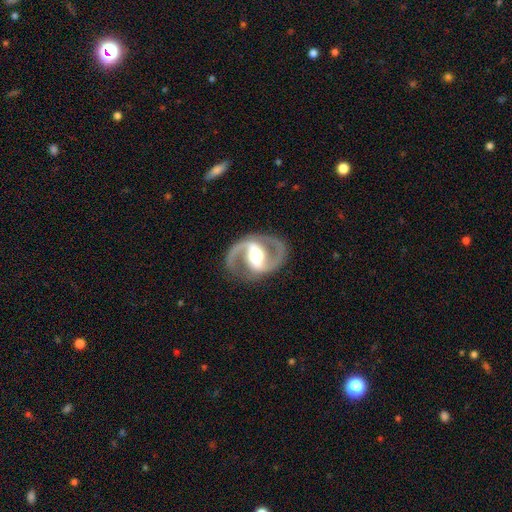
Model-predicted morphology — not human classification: This is clearly a featured or disk galaxy (92%). It is clearly not viewed edge-on (98%). Bar: possibly strong (57%). Spiral arm pattern: clearly yes (97%). Spiral arm count: clearly 2 (94%). Spiral winding: likely medium (63%). Central bulge: possibly moderate (59%). Merging: clearly none (86%).